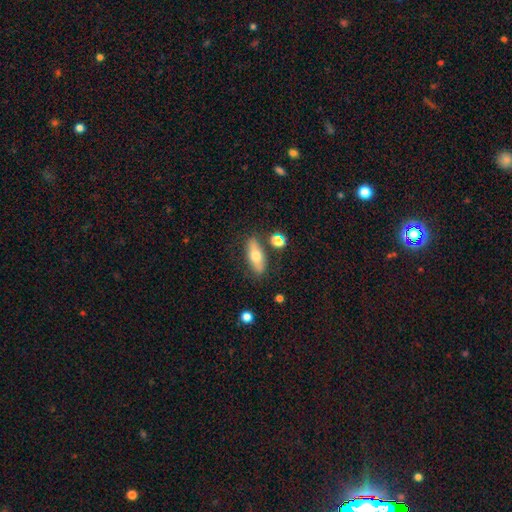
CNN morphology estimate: This is possibly a smooth galaxy (60%). How rounded: likely in between (62%). Merging: clearly none (81%).